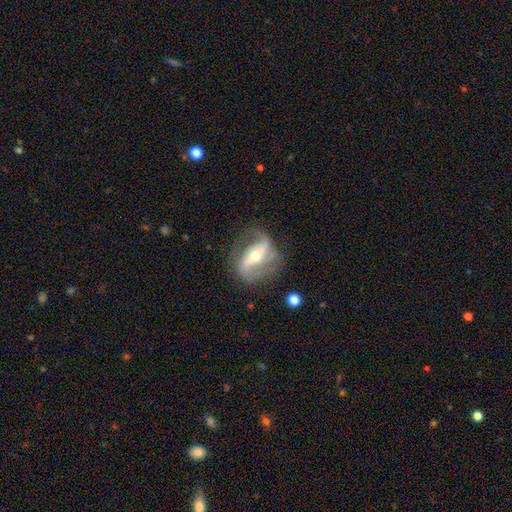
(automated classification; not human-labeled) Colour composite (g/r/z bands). It shows a featured or disk galaxy (86%) with a strong bar (45%), 2 (79%) loose (53%) spiral arms (93%) and a moderate central bulge (56%). Merging: none (66%).